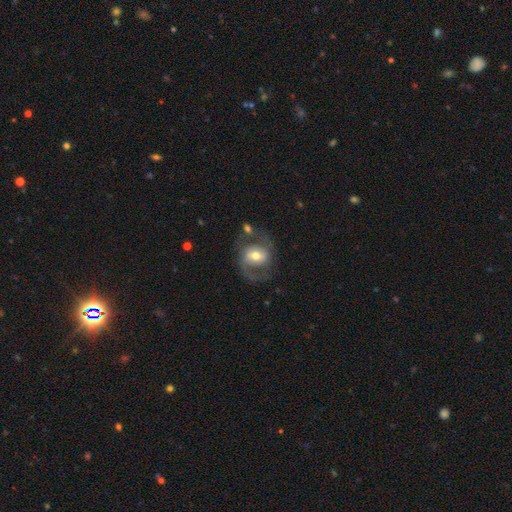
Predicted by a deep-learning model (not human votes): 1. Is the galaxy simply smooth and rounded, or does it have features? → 68% featured or disk, 25% smooth, 7% star or artifact.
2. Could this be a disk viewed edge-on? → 96% no, 4% yes.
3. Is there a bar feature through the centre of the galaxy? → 43% weak, 35% no, 22% strong.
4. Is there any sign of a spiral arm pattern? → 81% yes, 19% no.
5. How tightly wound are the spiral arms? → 51% medium, 31% loose, 18% tight.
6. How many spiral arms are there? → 82% 2, 7% 1, 7% can't tell, 1% 3, 1% 4, 1% more than 4.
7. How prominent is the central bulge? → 69% moderate, 15% small, 13% large, 1% dominant, 1% none.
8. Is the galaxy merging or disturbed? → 60% none, 17% minor disturbance, 16% major disturbance, 6% merger.